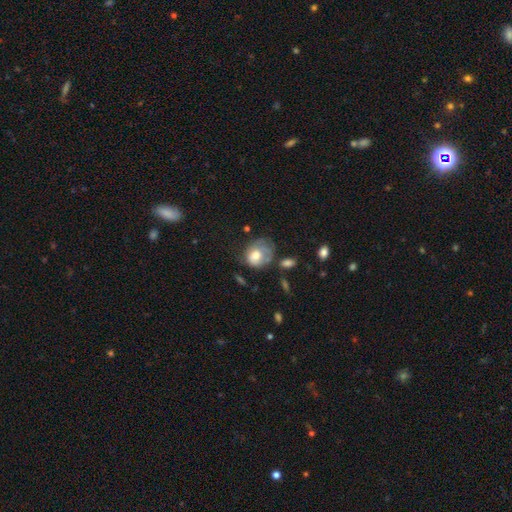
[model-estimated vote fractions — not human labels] Smooth or featured? Predicted: smooth (p=0.58). How rounded? Predicted: round (p=0.60). Merging? Predicted: none (p=0.33).